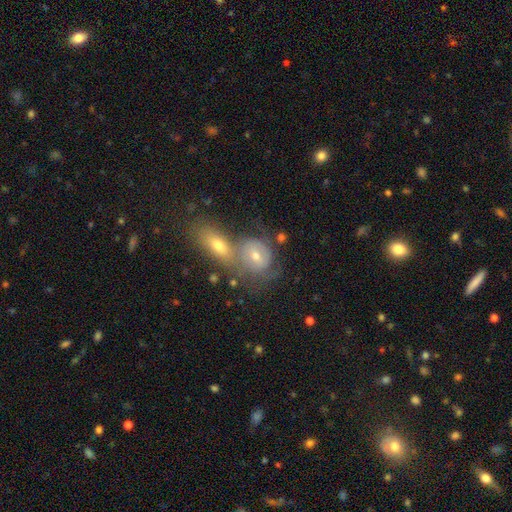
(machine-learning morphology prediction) Smooth or featured: smooth — 48% (featured or disk — 44%)
Merging: merger — 50% (none — 29%)